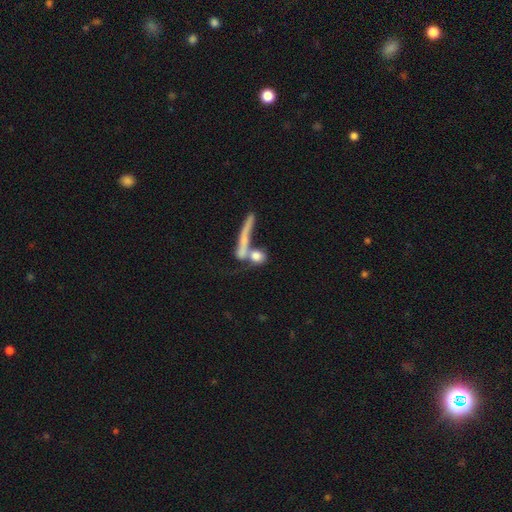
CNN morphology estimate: smooth 65%, featured or disk 25%, star or artifact 10%. Down the decision tree: how rounded — round (46%); merging — merger (42%).